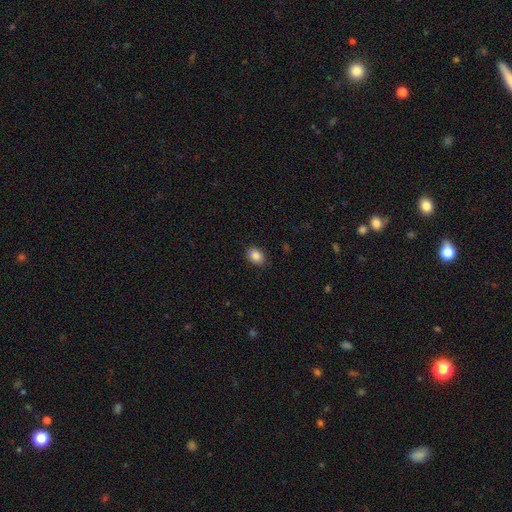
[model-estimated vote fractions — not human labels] The model was most divided on "how rounded": in between: 59%, round: 40%, cigar-shaped: 1%. More confident: smooth or featured — smooth (86%); merging — none (84%).